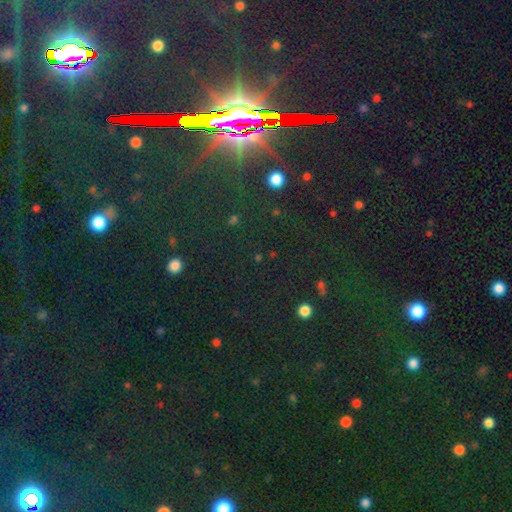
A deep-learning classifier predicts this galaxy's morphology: star or artifact 81%, smooth 10%, featured or disk 8%.